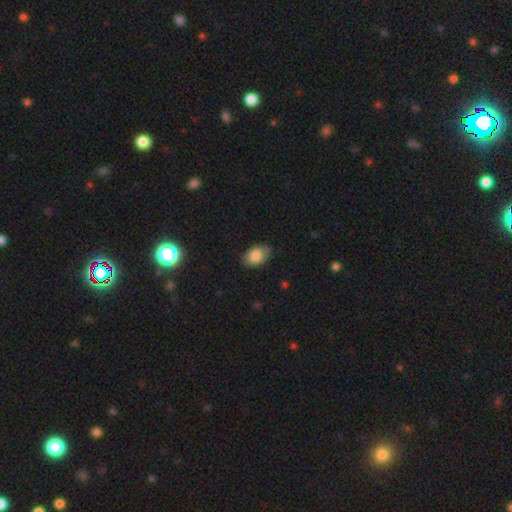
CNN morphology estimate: A smooth galaxy with no disk features (78%) that is in between round and cigar-shaped (87%).

Vote fractions:
- Smooth or featured? smooth: 78% / featured or disk: 15% / star or artifact: 7%
- How rounded? in between: 87% / round: 12% / cigar-shaped: 1%
- Merging? none: 76% / minor disturbance: 20% / major disturbance: 3% / merger: 1%